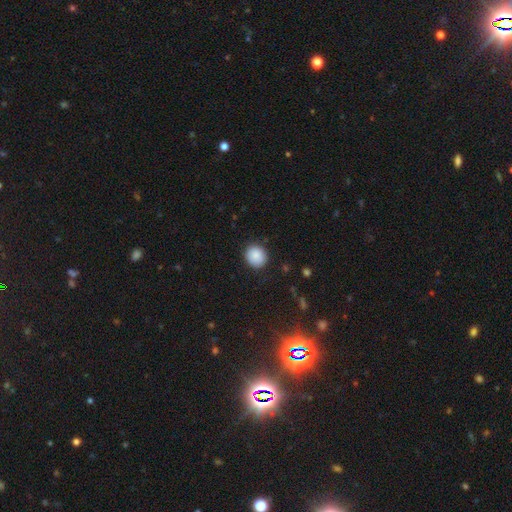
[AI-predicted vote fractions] A smooth galaxy with no disk features (88%) that is round (78%). Merging: none (87%).